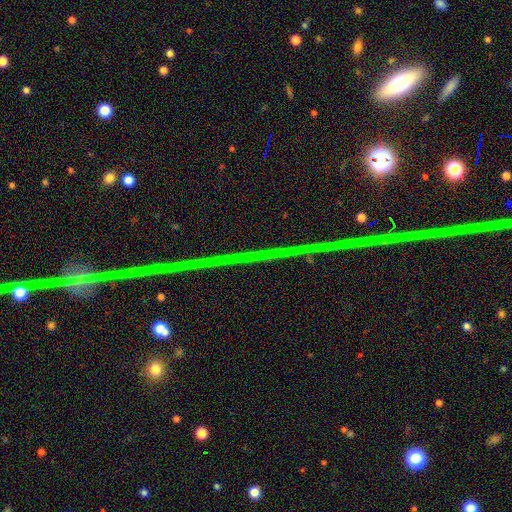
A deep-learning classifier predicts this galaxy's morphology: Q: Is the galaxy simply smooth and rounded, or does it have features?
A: star or artifact — 81%.